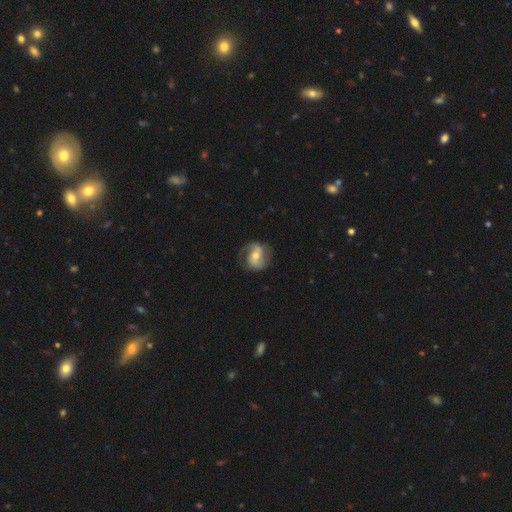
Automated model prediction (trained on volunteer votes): smooth_or_featured: featured or disk (p=0.76) [alt: smooth p=0.18]
disk_edge_on: no (p=0.97) [alt: yes p=0.03]
bar: no (p=0.40) [alt: weak p=0.39]
has_spiral_arms: yes (p=0.93) [alt: no p=0.07]
spiral_winding: medium (p=0.47) [alt: loose p=0.28]
spiral_arm_count: 2 (p=0.82) [alt: 1 p=0.07]
bulge_size: moderate (p=0.53) [alt: small p=0.42]
merging: none (p=0.72) [alt: minor disturbance p=0.17]